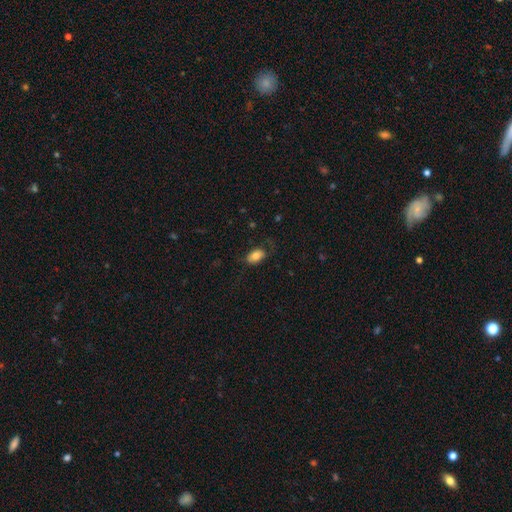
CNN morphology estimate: Overall: smooth (80%). How rounded: in between (91%). Merging: none (70%).